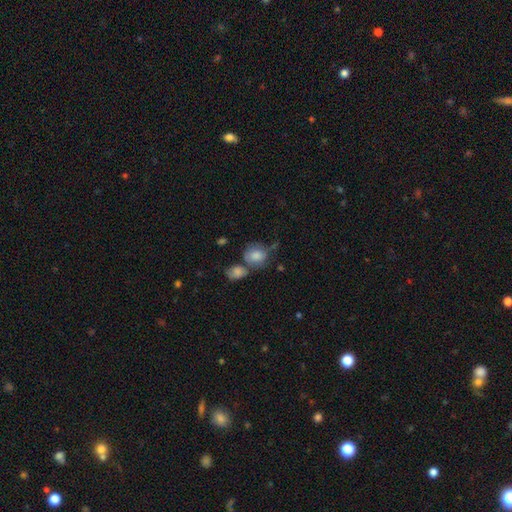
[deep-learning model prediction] This appears to be a smooth galaxy with no disk features (70%) that is round (65%). Merging: none (45%).